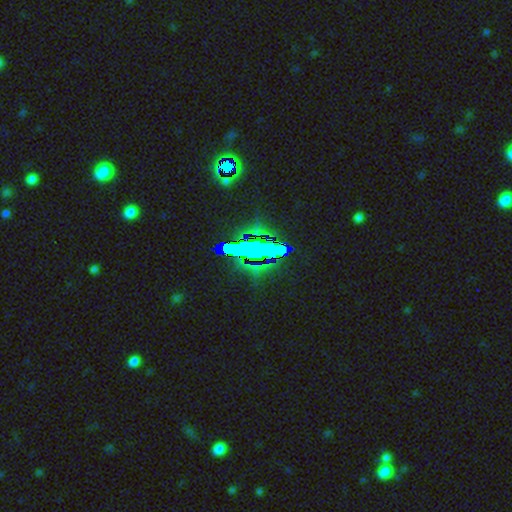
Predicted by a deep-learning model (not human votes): star or artifact 74%, featured or disk 13%, smooth 13%.